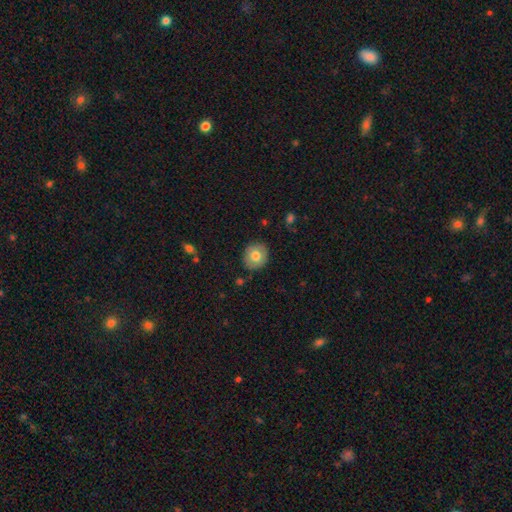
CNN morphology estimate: The model was most divided on "smooth or featured": smooth: 74%, featured or disk: 18%, star or artifact: 8%. More confident: merging — none (86%); how rounded — round (79%).